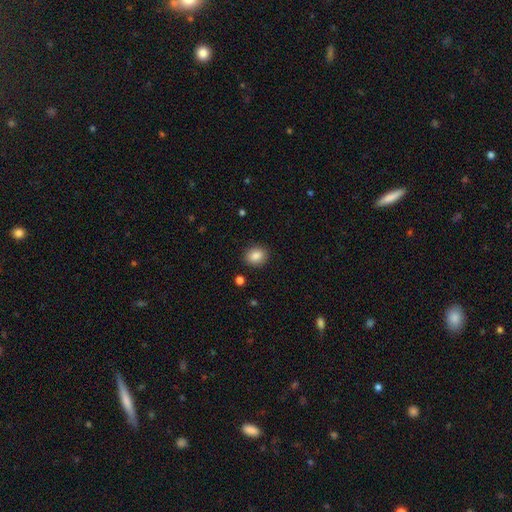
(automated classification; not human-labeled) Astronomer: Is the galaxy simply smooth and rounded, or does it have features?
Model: smooth — 86%.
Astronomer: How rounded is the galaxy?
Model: round — 60% (runner-up: in between, 39%).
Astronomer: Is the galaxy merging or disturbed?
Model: none — 89%.